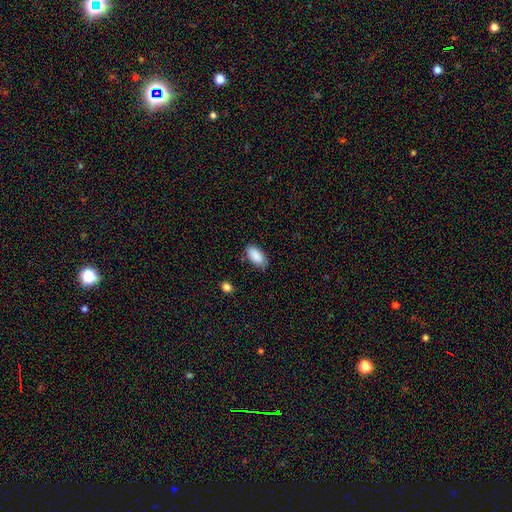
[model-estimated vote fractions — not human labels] The model was most divided on "merging": none: 79%, minor disturbance: 15%, major disturbance: 3%, merger: 2%. More confident: how rounded — in between (93%); smooth or featured — smooth (89%).